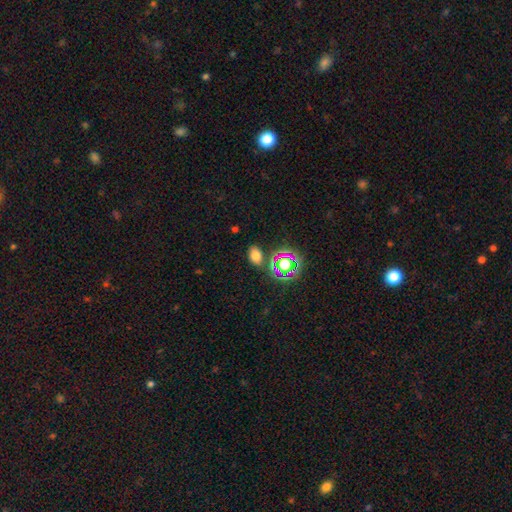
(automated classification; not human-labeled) This is likely a smooth galaxy (70%). How rounded: likely in between (75%). Merging: likely none (78%).